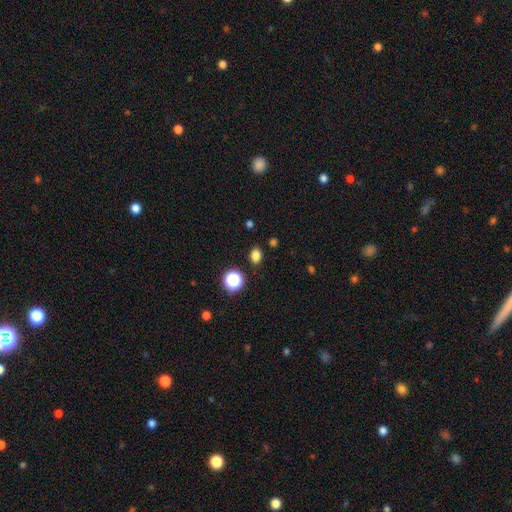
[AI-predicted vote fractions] smooth-or-featured: smooth: 80% | star or artifact: 15% | featured or disk: 4%
  how-rounded: in between: 67% | round: 31% | cigar-shaped: 1%
  merging: none: 86% | minor disturbance: 9% | major disturbance: 3% | merger: 2%